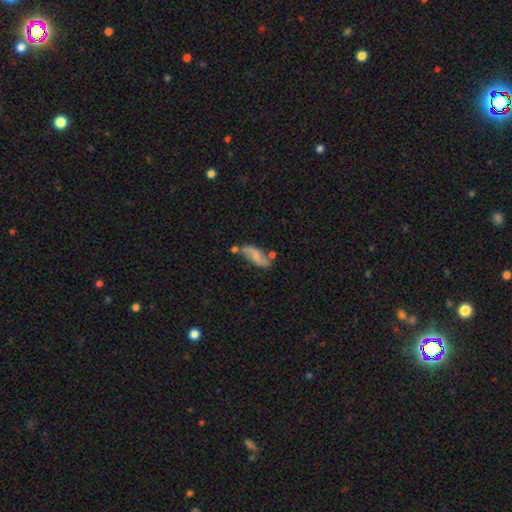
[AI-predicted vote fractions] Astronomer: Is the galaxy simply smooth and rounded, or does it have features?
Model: featured or disk — 53% (runner-up: smooth, 40%).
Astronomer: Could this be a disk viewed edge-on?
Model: no — 91%.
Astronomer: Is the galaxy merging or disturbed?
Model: none — 52%.